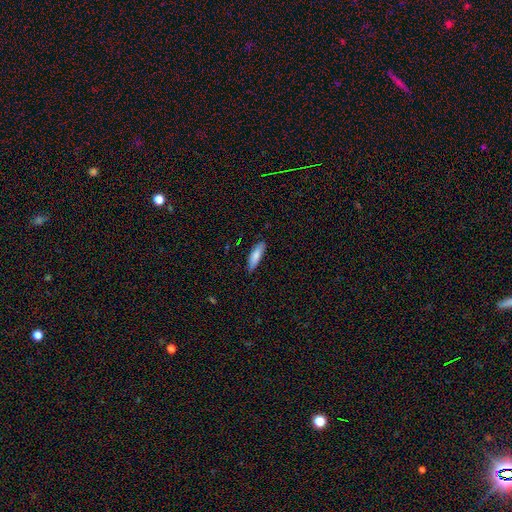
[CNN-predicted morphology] type=smooth (79%); roundness=cigar-shaped (55%); merging=none (80%).